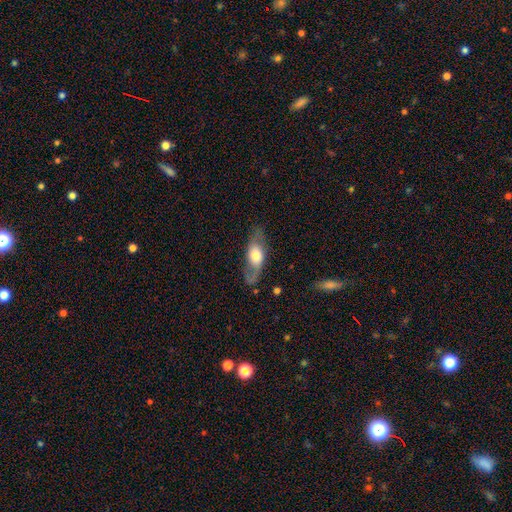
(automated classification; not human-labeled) This is possibly a featured or disk galaxy (54%). It is likely not viewed edge-on (74%). Merging: likely none (69%).